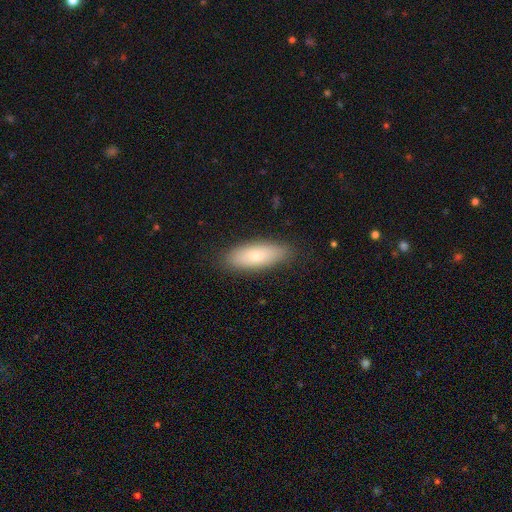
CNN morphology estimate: This appears to be a smooth galaxy with no disk features (72%) that is in between round and cigar-shaped (69%). Merging: none (85%).